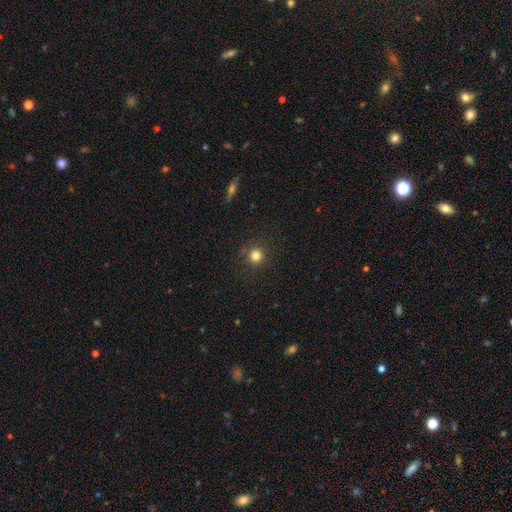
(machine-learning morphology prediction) Q: Smooth or featured?
A: smooth (81%); runner-up: star or artifact (14%)
Q: How rounded?
A: round (94%); runner-up: in between (5%)
Q: Merging?
A: none (88%); runner-up: minor disturbance (8%)